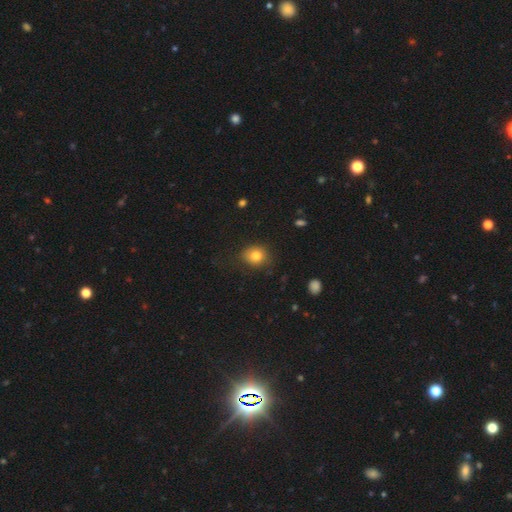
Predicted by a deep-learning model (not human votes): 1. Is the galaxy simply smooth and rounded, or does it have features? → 81% smooth, 11% star or artifact, 8% featured or disk.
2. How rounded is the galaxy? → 69% round, 30% in between, 1% cigar-shaped.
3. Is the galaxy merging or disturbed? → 77% none, 17% minor disturbance, 5% major disturbance, 1% merger.